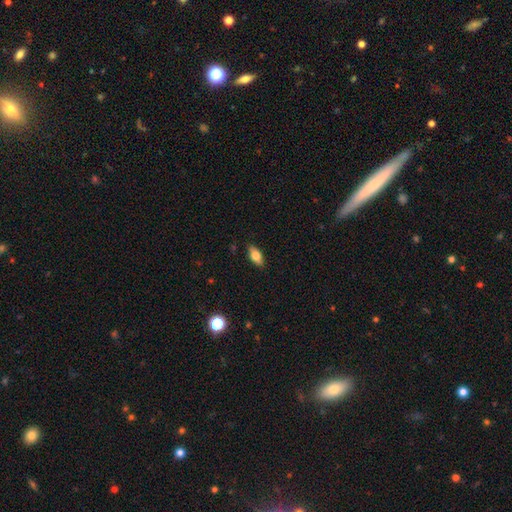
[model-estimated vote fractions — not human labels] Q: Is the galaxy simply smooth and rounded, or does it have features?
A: smooth — 73%.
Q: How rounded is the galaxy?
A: in between — 86%.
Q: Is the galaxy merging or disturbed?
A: none — 86%.